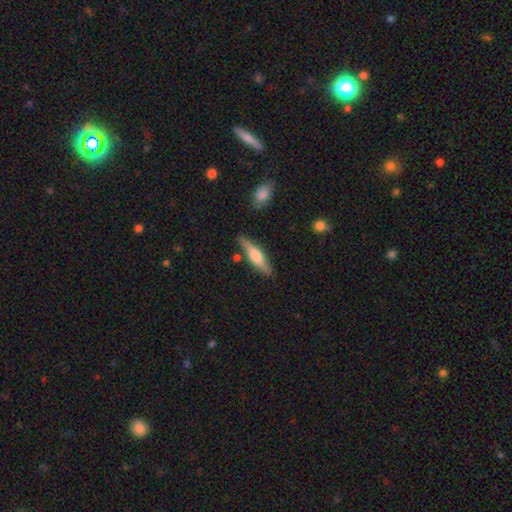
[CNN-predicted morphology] This appears to be a featured or disk galaxy (48%). Merging: none (81%).